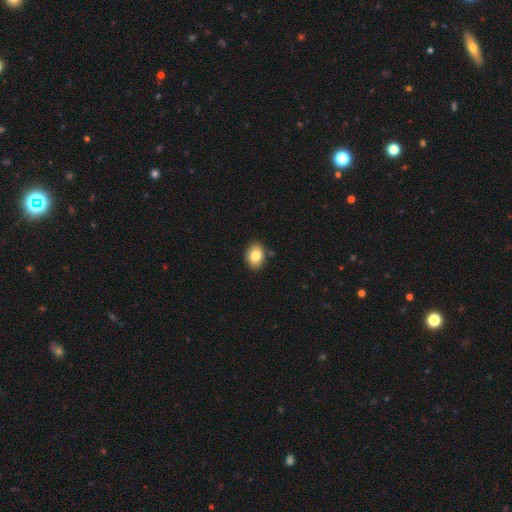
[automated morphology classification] smooth 82%, featured or disk 9%, star or artifact 9%. Down the decision tree: how rounded — in between (66%); merging — none (85%).